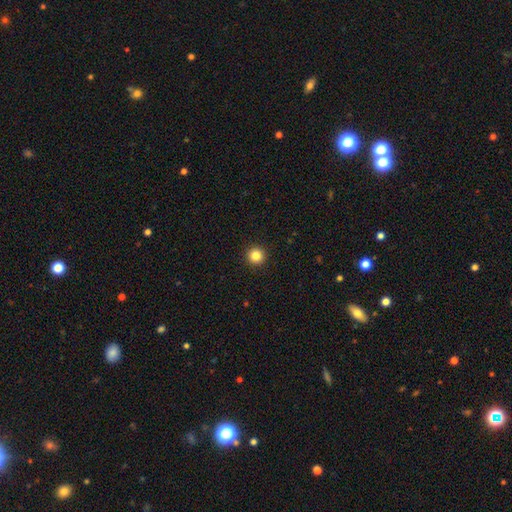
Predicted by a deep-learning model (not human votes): smooth_or_featured: smooth (p=0.84) [alt: star or artifact p=0.12]
how_rounded: round (p=0.96) [alt: in between p=0.03]
merging: none (p=0.94) [alt: minor disturbance p=0.04]